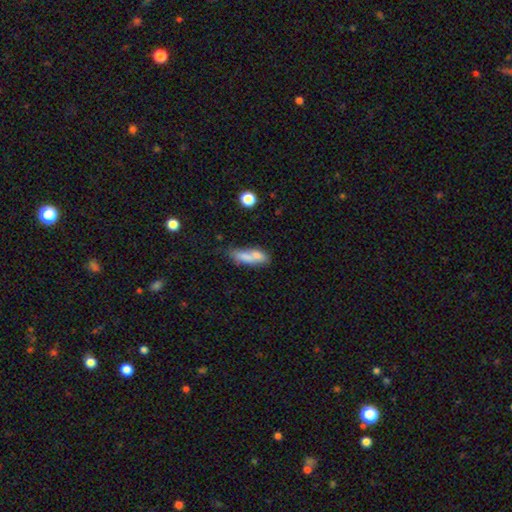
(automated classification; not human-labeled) smooth-or-featured: smooth: 71% | featured or disk: 21% | star or artifact: 9%
  how-rounded: in between: 53% | cigar-shaped: 43% | round: 4%
  merging: none: 38% | merger: 35% | minor disturbance: 18% | major disturbance: 9%